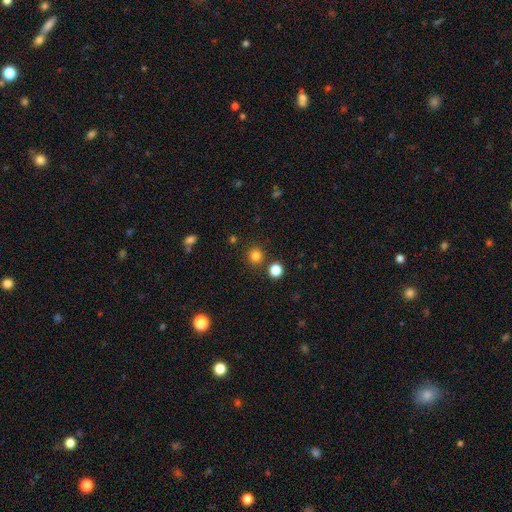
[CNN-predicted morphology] Overall: smooth (81%). How rounded: round (91%). Merging: none (84%).